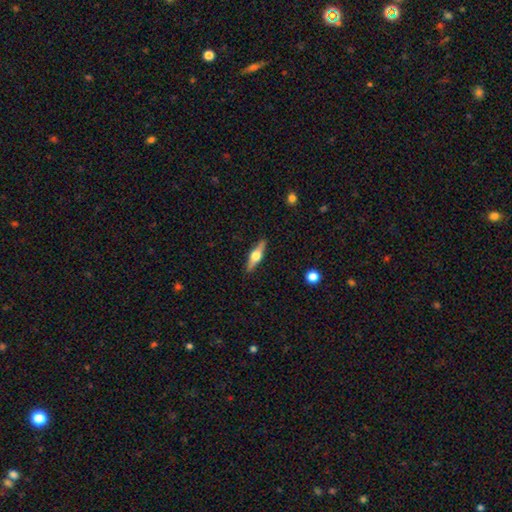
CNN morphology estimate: Smooth or featured: featured or disk — 64% (smooth — 30%)
Edge-on disk: yes — 96% (no — 4%)
Edge-on bulge: rounded — 94% (boxy — 4%)
Merging: none — 90% (minor disturbance — 7%)